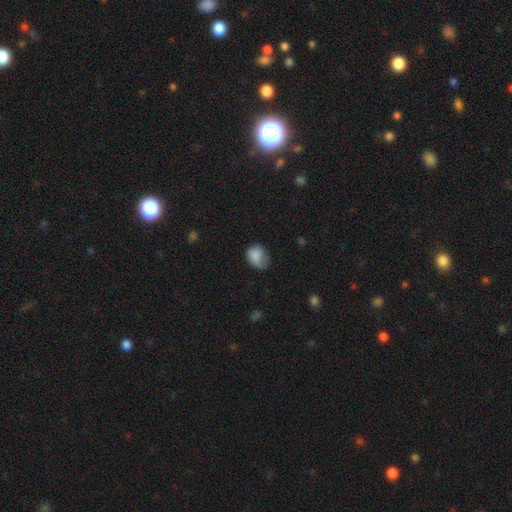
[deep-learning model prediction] Smooth or featured?
  - smooth: 82% *
  - featured or disk: 9%
  - star or artifact: 8%
How rounded?
  - in between: 55% *
  - round: 44%
  - cigar-shaped: 1%
Merging?
  - none: 47% *
  - minor disturbance: 38%
  - major disturbance: 13%
  - merger: 2%